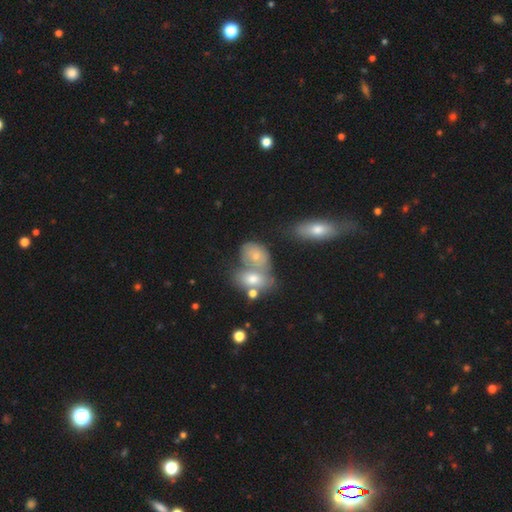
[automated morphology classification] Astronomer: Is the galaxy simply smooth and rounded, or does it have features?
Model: smooth — 62%.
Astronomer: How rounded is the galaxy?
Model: in between — 75%.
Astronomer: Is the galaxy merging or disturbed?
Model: merger — 56%.